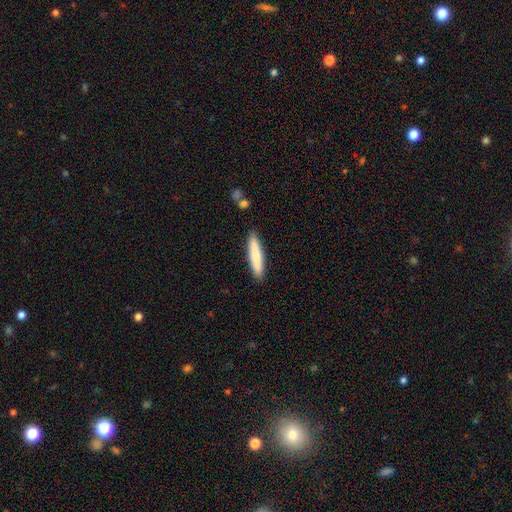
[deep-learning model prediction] A smooth galaxy with no disk features (78%) that is cigar-shaped (91%).

Vote fractions:
- Smooth or featured? smooth: 78% / featured or disk: 17% / star or artifact: 5%
- How rounded? cigar-shaped: 91% / in between: 8% / round: 1%
- Merging? none: 90% / minor disturbance: 7% / major disturbance: 2% / merger: 1%